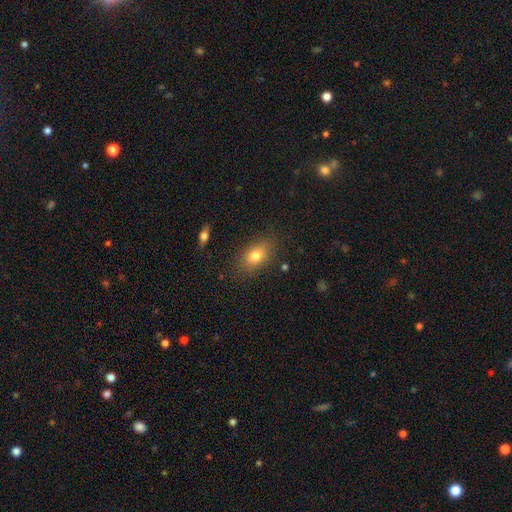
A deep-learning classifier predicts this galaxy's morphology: A smooth galaxy with no disk features (77%) that is in between round and cigar-shaped (81%).

Vote fractions:
- Smooth or featured? smooth: 77% / featured or disk: 12% / star or artifact: 10%
- How rounded? in between: 81% / round: 16% / cigar-shaped: 3%
- Merging? none: 82% / minor disturbance: 13% / major disturbance: 4% / merger: 2%